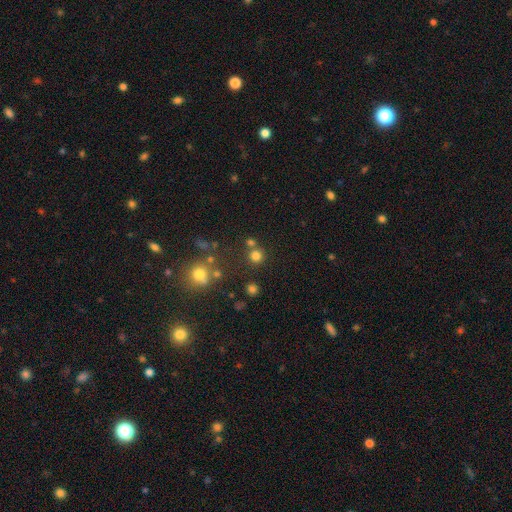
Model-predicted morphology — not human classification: Smooth or featured?
  - smooth: 75% *
  - star or artifact: 19%
  - featured or disk: 7%
How rounded?
  - round: 93% *
  - in between: 6%
  - cigar-shaped: 1%
Merging?
  - none: 74% *
  - merger: 16%
  - minor disturbance: 7%
  - major disturbance: 3%